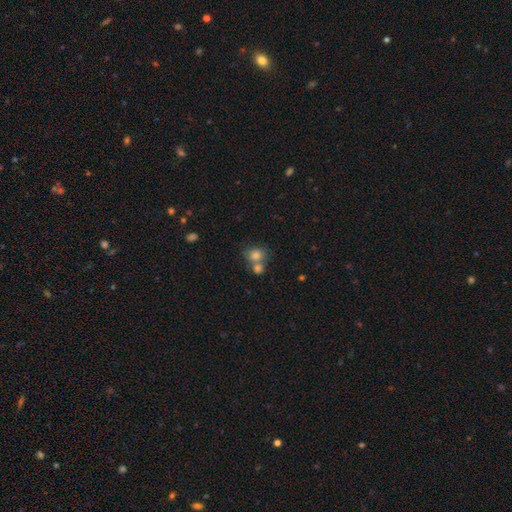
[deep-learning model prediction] This is likely a smooth galaxy (78%). How rounded: likely round (74%). Merging: marginally none (45%).